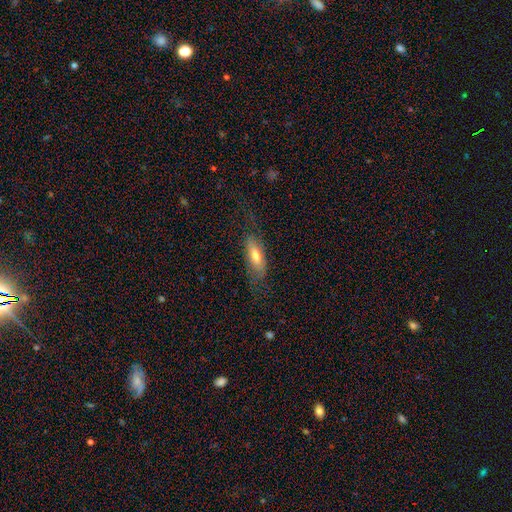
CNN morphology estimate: Q: Smooth or featured?
A: smooth (61%); runner-up: featured or disk (33%)
Q: How rounded?
A: in between (65%); runner-up: cigar-shaped (32%)
Q: Merging?
A: none (63%); runner-up: minor disturbance (22%)